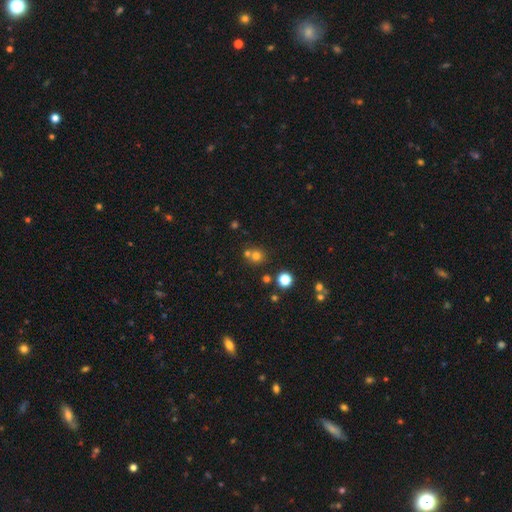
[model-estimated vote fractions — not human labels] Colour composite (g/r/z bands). It shows a smooth galaxy with no disk features (69%) that is round (88%). Merging: none (61%).